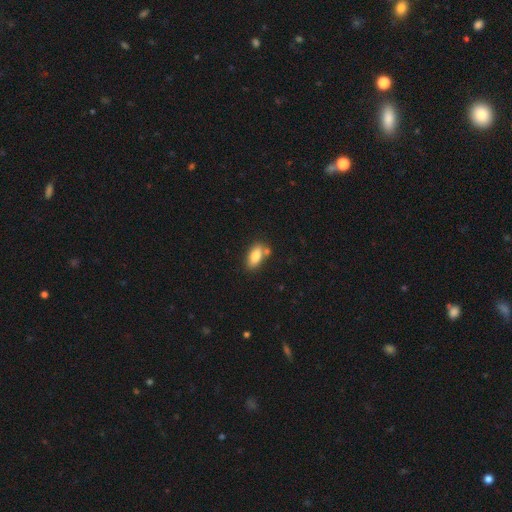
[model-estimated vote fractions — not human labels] Smooth or featured? Predicted: smooth (p=0.82). How rounded? Predicted: in between (p=0.87). Merging? Predicted: none (p=0.64).